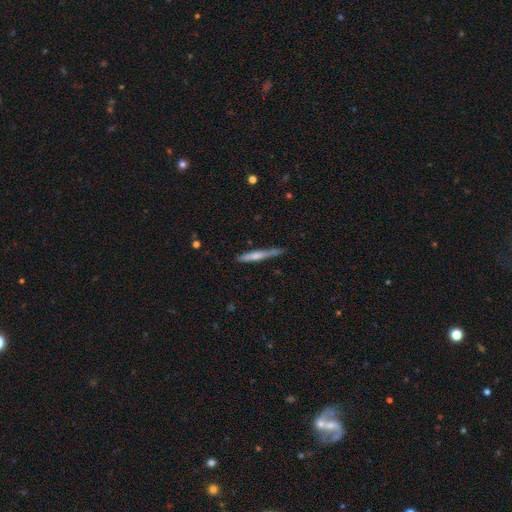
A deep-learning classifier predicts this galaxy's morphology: The model was most divided on "smooth or featured": smooth: 57%, featured or disk: 37%, star or artifact: 6%. More confident: how rounded — cigar-shaped (94%); merging — none (72%).